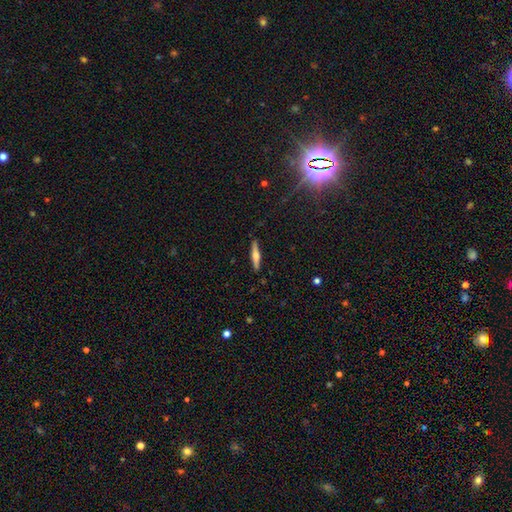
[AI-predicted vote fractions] Smooth or featured?
  - featured or disk: 55% *
  - smooth: 39%
  - star or artifact: 6%
Edge-on disk?
  - yes: 96% *
  - no: 4%
Edge-on bulge?
  - rounded: 89% *
  - boxy: 6%
  - none: 5%
Merging?
  - none: 90% *
  - minor disturbance: 7%
  - major disturbance: 2%
  - merger: 1%